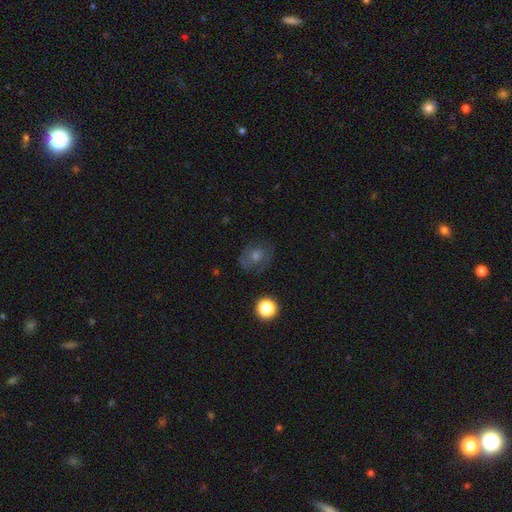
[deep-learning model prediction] smooth 42%, featured or disk 35%, star or artifact 23%. Down the decision tree: merging — none (75%).